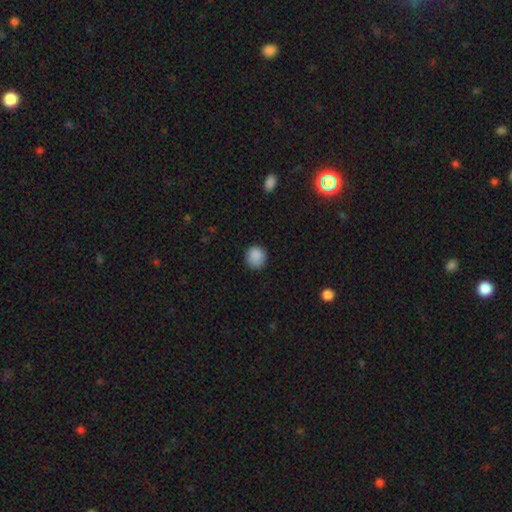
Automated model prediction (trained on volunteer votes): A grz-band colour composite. It shows a smooth galaxy with no disk features (88%) that is round (89%). Merging: none (85%).